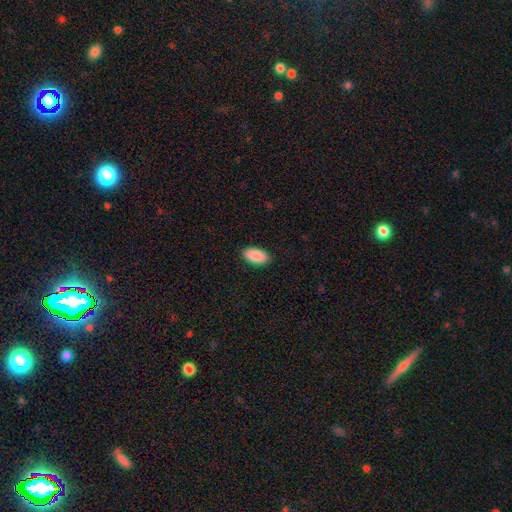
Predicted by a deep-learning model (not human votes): smooth_or_featured: smooth (p=0.90) [alt: star or artifact p=0.06]
how_rounded: in between (p=0.95) [alt: cigar-shaped p=0.03]
merging: none (p=0.88) [alt: minor disturbance p=0.09]